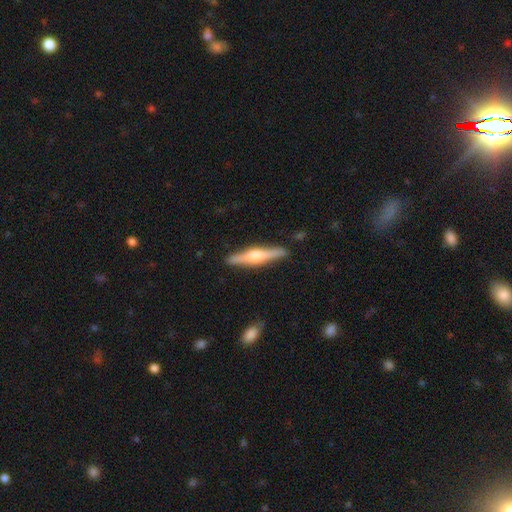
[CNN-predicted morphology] Smooth or featured? featured or disk (66%)
Edge-on disk? yes (97%)
Edge-on bulge? rounded (86%)
Merging? none (89%)